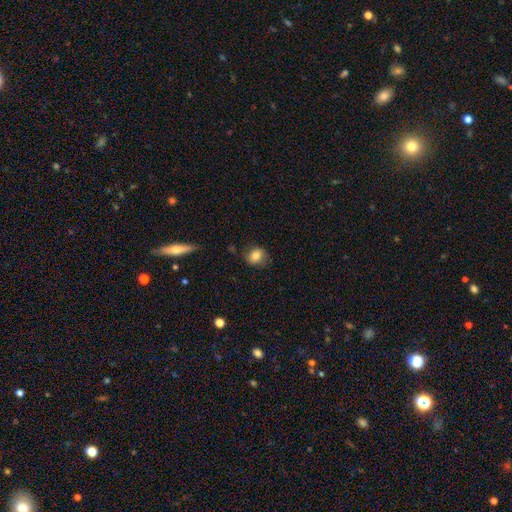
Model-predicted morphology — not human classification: Q: Smooth or featured?
A: smooth (82%); runner-up: featured or disk (9%)
Q: How rounded?
A: round (68%); runner-up: in between (31%)
Q: Merging?
A: none (75%); runner-up: minor disturbance (18%)